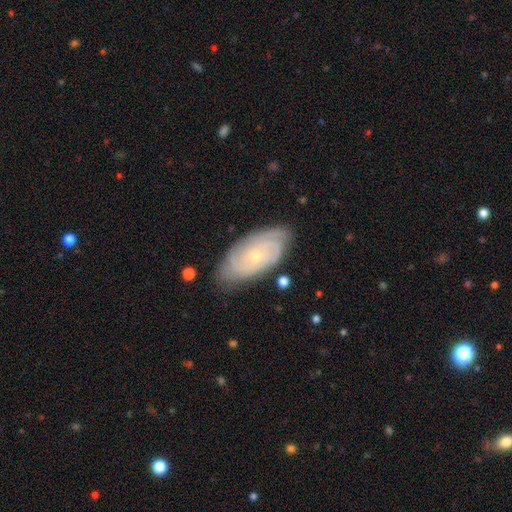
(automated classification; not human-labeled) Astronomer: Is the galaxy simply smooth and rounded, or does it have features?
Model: featured or disk — 82%.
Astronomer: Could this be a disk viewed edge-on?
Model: no — 94%.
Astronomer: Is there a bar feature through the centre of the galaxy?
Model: no — 77%.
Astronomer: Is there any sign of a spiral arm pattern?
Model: yes — 96%.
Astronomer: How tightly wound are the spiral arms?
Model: tight — 78%.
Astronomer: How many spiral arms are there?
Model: can't tell — 32% (runner-up: 3, 21%).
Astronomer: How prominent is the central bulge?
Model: small — 73%.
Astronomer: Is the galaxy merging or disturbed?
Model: none — 79%.